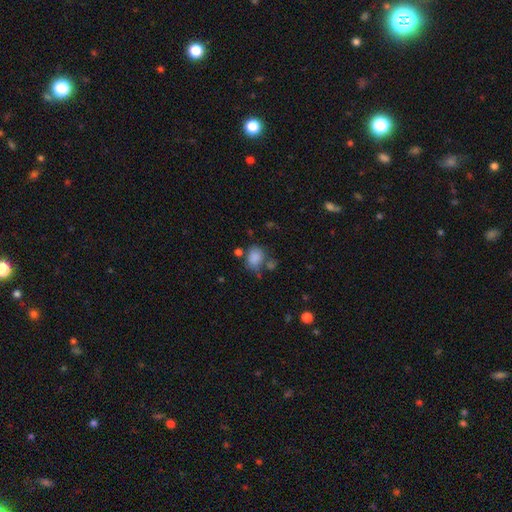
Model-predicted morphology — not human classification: This appears to be a smooth galaxy with no disk features (82%) that is in between round and cigar-shaped (52%). Merging: none (53%).